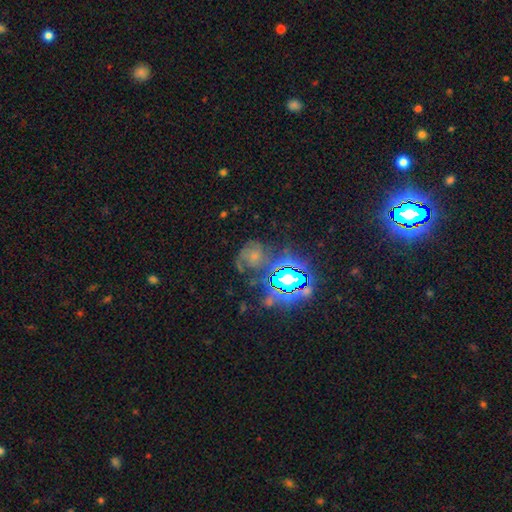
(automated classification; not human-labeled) Smooth or featured? star or artifact (37%)